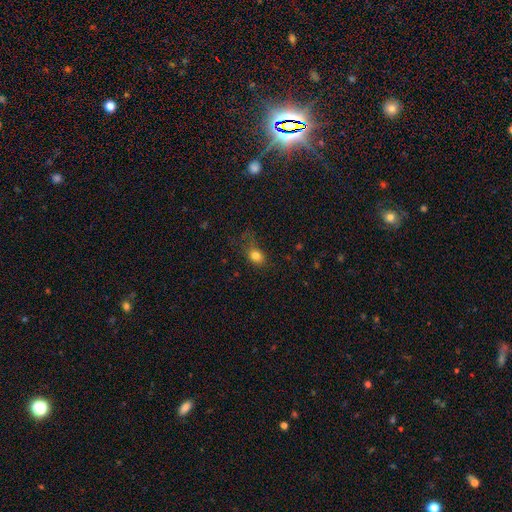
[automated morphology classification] type=smooth (81%); roundness=in between (53%); merging=none (59%).